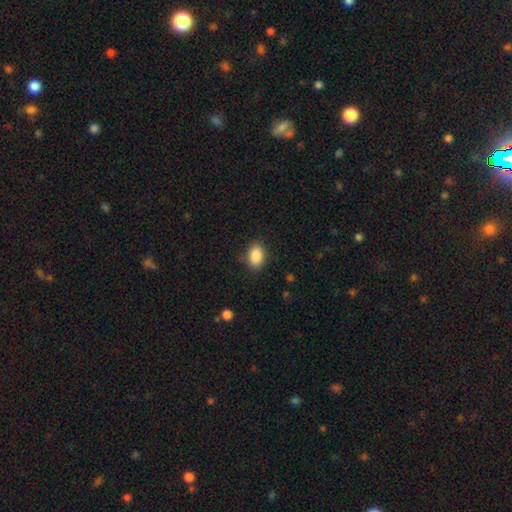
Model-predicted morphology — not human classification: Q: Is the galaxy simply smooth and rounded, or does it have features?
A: smooth — 89%.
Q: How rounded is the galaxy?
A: in between — 89%.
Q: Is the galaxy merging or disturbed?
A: none — 84%.